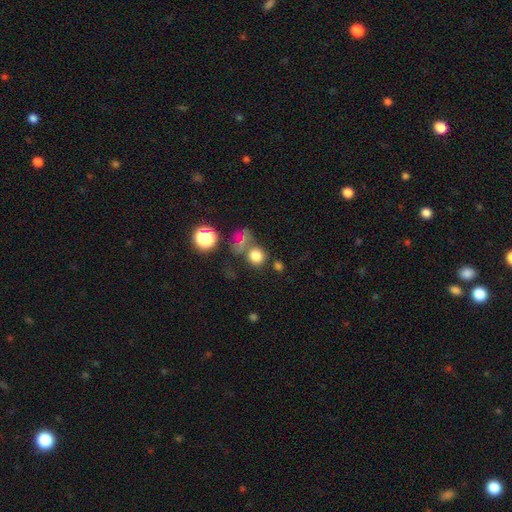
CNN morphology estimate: Overall: smooth (76%). How rounded: round (84%). Merging: none (64%).